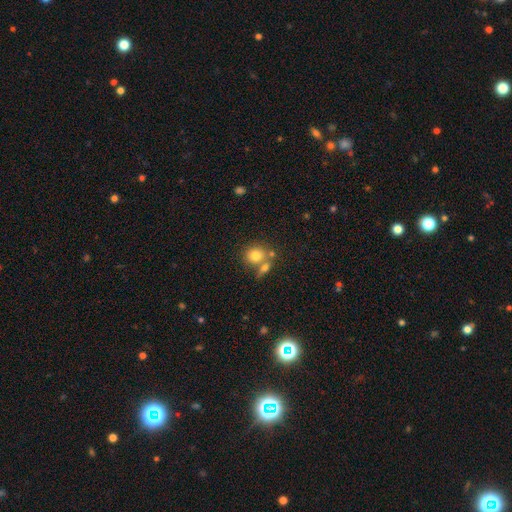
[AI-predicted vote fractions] smooth_or_featured: smooth (p=0.78) [alt: featured or disk p=0.12]
how_rounded: round (p=0.76) [alt: in between p=0.23]
merging: none (p=0.50) [alt: merger p=0.34]